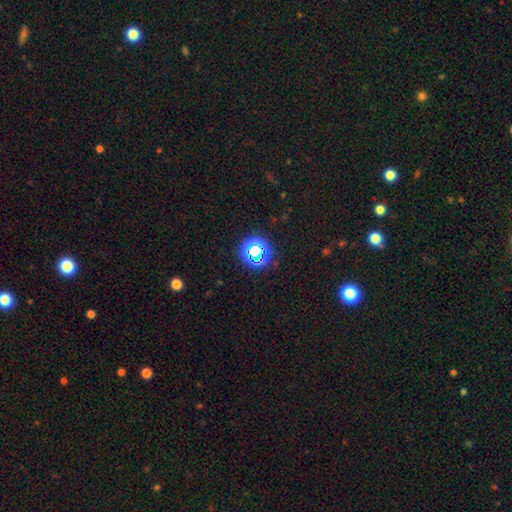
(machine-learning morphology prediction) Q: Smooth or featured?
A: star or artifact (63%); runner-up: smooth (26%)